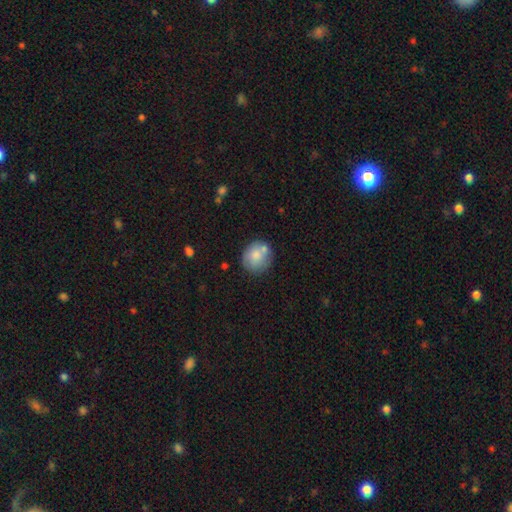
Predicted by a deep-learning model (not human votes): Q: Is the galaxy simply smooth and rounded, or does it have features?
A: smooth — 76%.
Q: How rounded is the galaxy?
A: round — 82%.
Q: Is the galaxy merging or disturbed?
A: none — 65%.